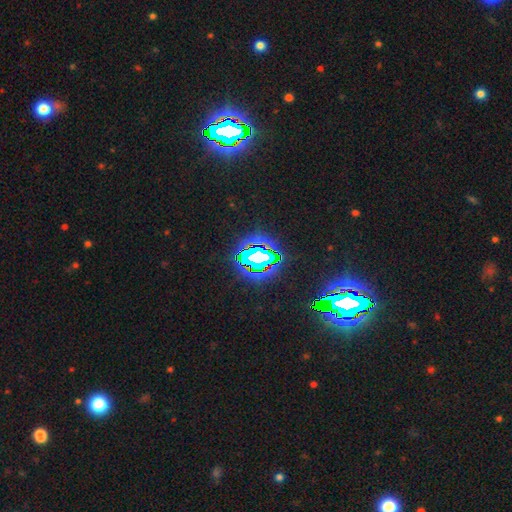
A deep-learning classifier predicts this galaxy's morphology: Smooth or featured: star or artifact — 77% (smooth — 12%)